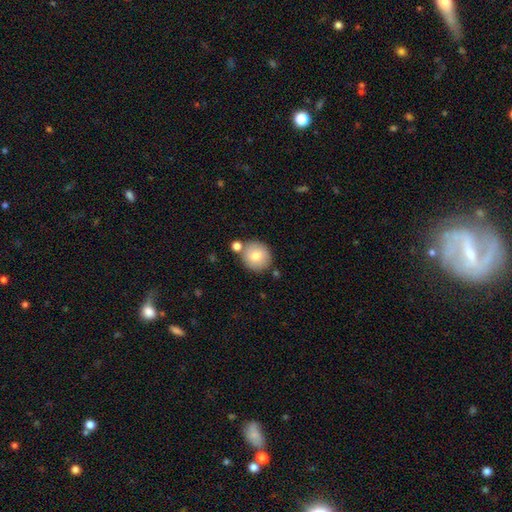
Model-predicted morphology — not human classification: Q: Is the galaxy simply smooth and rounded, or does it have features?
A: smooth — 77%.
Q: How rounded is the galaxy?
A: round — 89%.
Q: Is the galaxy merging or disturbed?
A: none — 74%.